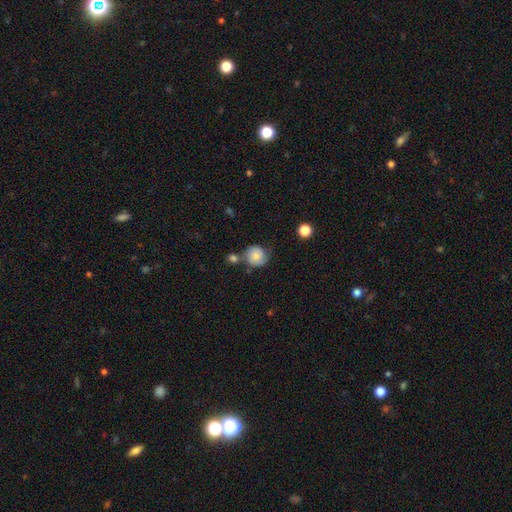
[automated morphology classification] smooth 63%, featured or disk 28%, star or artifact 9%. Down the decision tree: how rounded — round (87%); merging — none (57%).